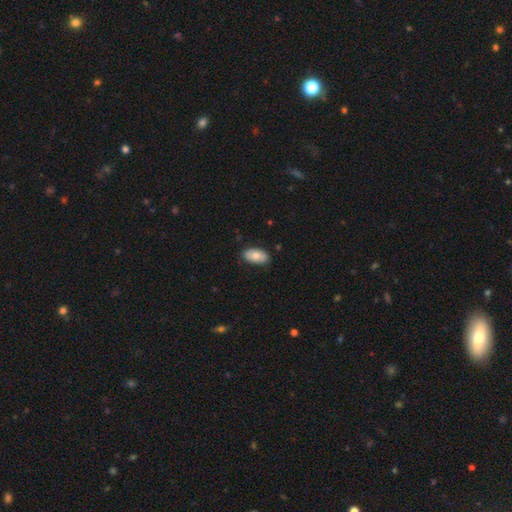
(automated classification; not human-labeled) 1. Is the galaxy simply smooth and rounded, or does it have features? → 73% smooth, 21% featured or disk, 6% star or artifact.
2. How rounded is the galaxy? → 94% in between, 4% round, 2% cigar-shaped.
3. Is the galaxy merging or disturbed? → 85% none, 12% minor disturbance, 2% major disturbance, 1% merger.